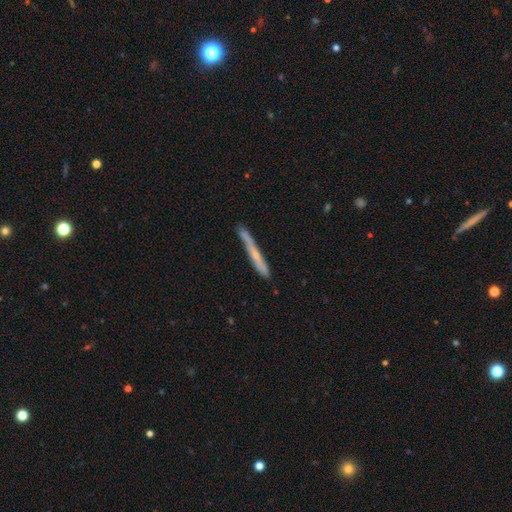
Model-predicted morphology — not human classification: The model was most divided on "smooth or featured": featured or disk: 50%, smooth: 44%, star or artifact: 6%. More confident: edge-on disk — yes (90%); merging — none (72%).